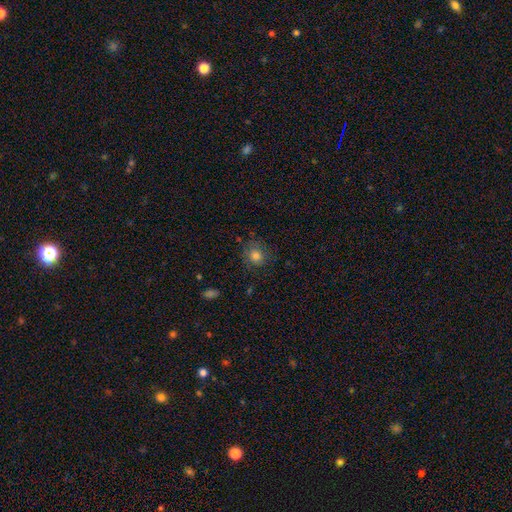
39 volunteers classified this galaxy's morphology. A smooth galaxy with no disk features (77%) that is round (73%). Merging: none (79%).